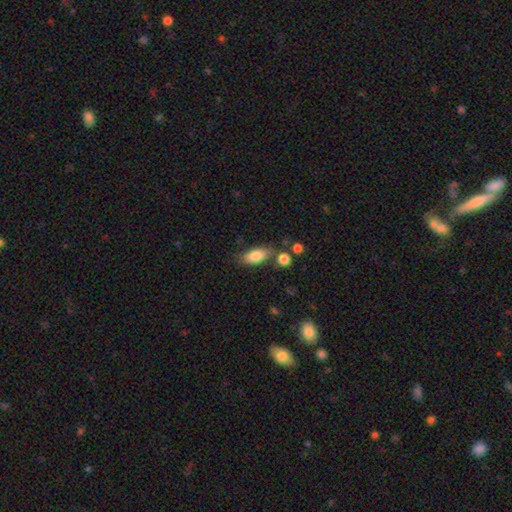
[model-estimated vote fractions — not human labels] Smooth or featured? smooth (83%)
How rounded? in between (83%)
Merging? none (68%)